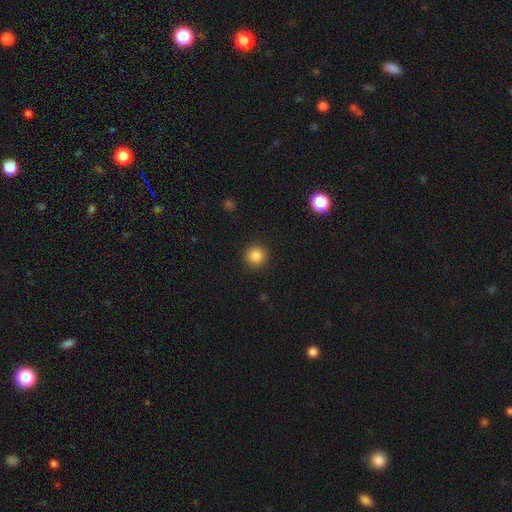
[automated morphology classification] Q: Smooth or featured?
A: smooth (86%); runner-up: star or artifact (10%)
Q: How rounded?
A: round (95%); runner-up: in between (4%)
Q: Merging?
A: none (92%); runner-up: minor disturbance (5%)